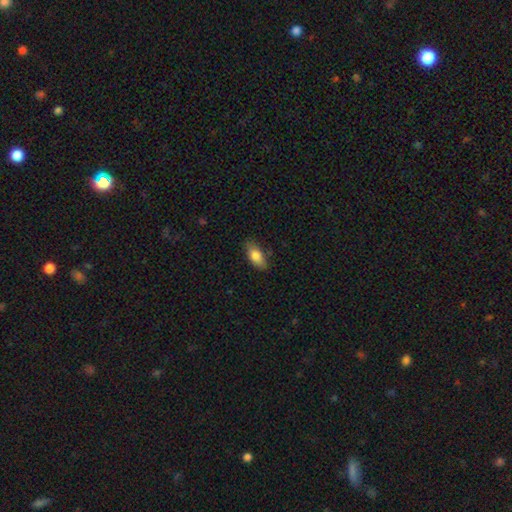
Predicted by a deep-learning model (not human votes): smooth 81%, featured or disk 12%, star or artifact 7%. Down the decision tree: how rounded — in between (86%); merging — none (80%).